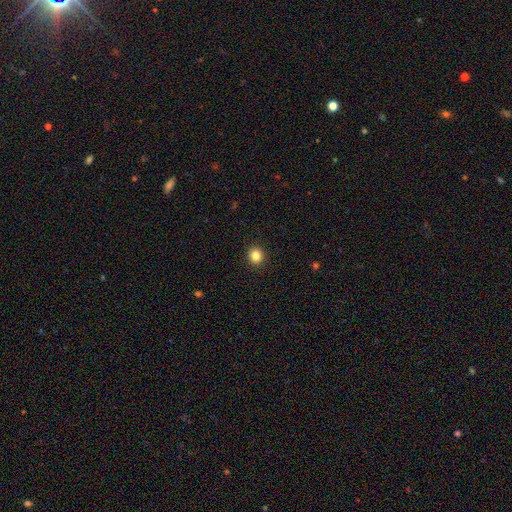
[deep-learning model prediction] A smooth galaxy with no disk features (84%) that is round (85%).

Vote fractions:
- Smooth or featured? smooth: 84% / star or artifact: 11% / featured or disk: 5%
- How rounded? round: 85% / in between: 14% / cigar-shaped: 1%
- Merging? none: 93% / minor disturbance: 5% / major disturbance: 2% / merger: 1%